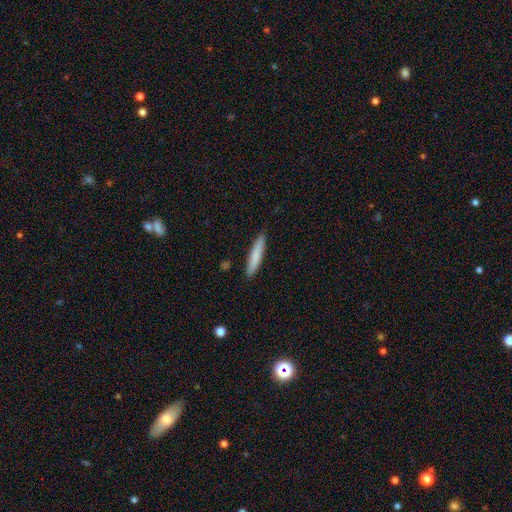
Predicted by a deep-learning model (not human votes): Smooth or featured: smooth — 80% (featured or disk — 14%)
How rounded: cigar-shaped — 91% (in between — 8%)
Merging: none — 90% (minor disturbance — 7%)